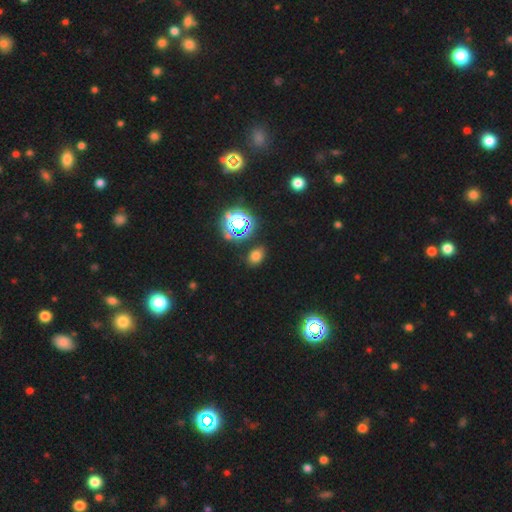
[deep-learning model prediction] The model was most divided on "smooth or featured": smooth: 61%, star or artifact: 32%, featured or disk: 7%. More confident: merging — none (83%); how rounded — in between (68%).